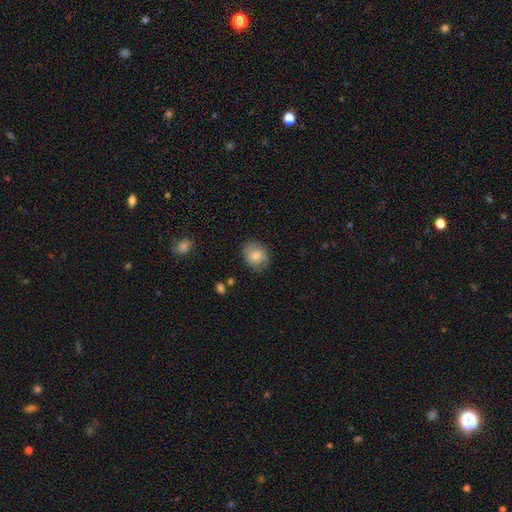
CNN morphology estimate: Smooth or featured: smooth — 73% (featured or disk — 19%)
How rounded: round — 57% (in between — 42%)
Merging: none — 77% (minor disturbance — 17%)